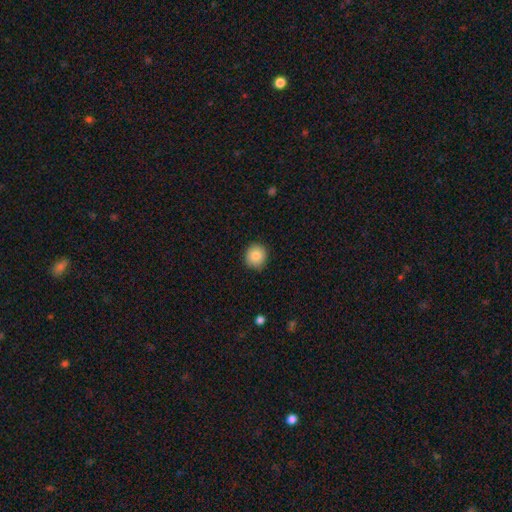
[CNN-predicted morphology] Smooth or featured?
  - smooth: 82% *
  - featured or disk: 9%
  - star or artifact: 9%
How rounded?
  - round: 90% *
  - in between: 9%
  - cigar-shaped: 1%
Merging?
  - none: 88% *
  - minor disturbance: 10%
  - major disturbance: 2%
  - merger: 1%